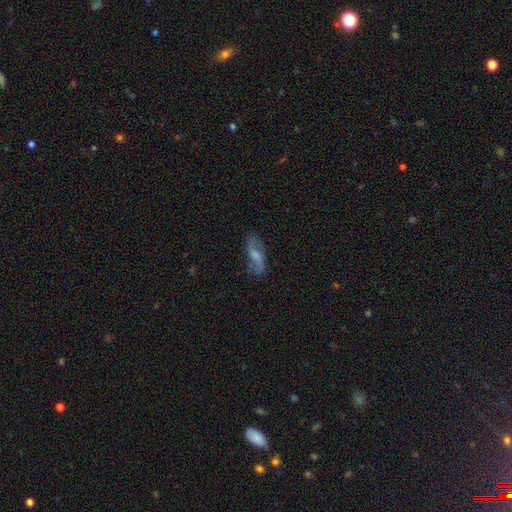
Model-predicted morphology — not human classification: featured or disk 53%, smooth 39%, star or artifact 8%. Down the decision tree: edge-on disk — no (86%); merging — none (73%).